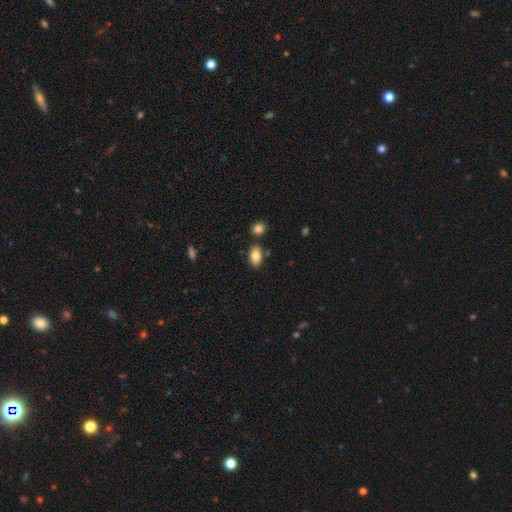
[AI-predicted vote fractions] Morphology: type=smooth (84%); roundness=in between (91%); merging=none (79%).